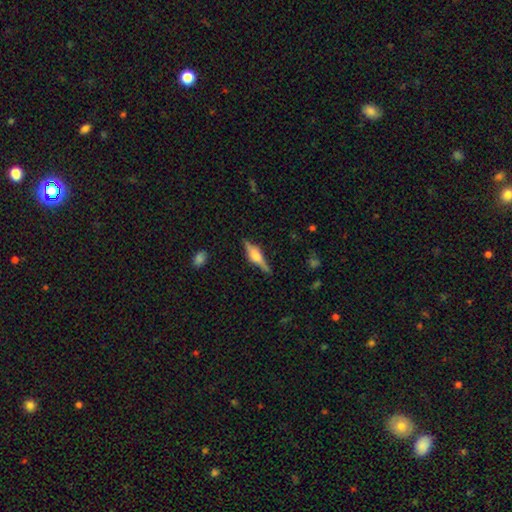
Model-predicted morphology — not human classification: smooth_or_featured: featured or disk (p=0.70) [alt: smooth p=0.24]
disk_edge_on: yes (p=0.97) [alt: no p=0.03]
edge_on_bulge: rounded (p=0.79) [alt: boxy p=0.18]
merging: none (p=0.84) [alt: minor disturbance p=0.12]